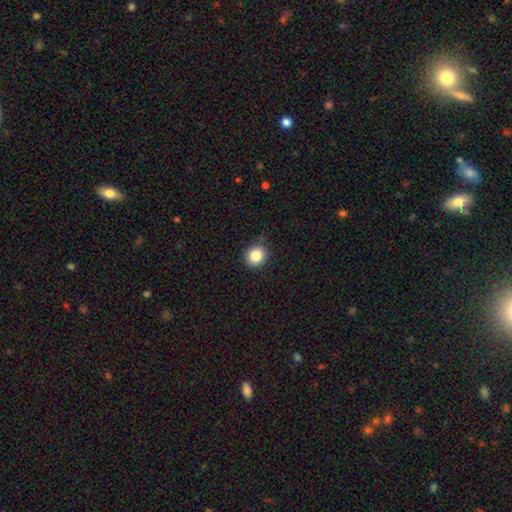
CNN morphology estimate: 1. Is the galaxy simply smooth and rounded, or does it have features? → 86% smooth, 10% star or artifact, 5% featured or disk.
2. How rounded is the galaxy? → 81% round, 18% in between, 1% cigar-shaped.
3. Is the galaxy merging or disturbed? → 86% none, 10% minor disturbance, 2% major disturbance, 1% merger.